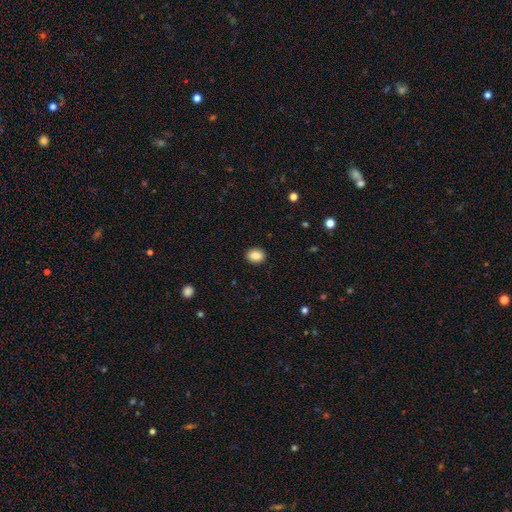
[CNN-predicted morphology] The model was most divided on "how rounded": in between: 59%, round: 40%, cigar-shaped: 1%. More confident: merging — none (91%); smooth or featured — smooth (86%).